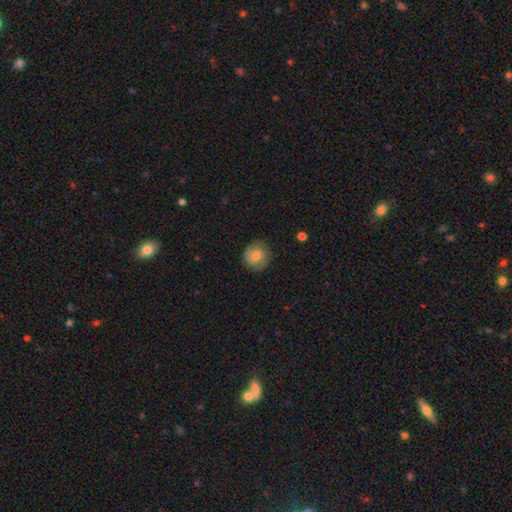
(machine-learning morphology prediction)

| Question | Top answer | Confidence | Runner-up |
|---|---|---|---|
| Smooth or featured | smooth | 68% | featured or disk (24%) |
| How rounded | round | 86% | in between (13%) |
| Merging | none | 79% | minor disturbance (16%) |